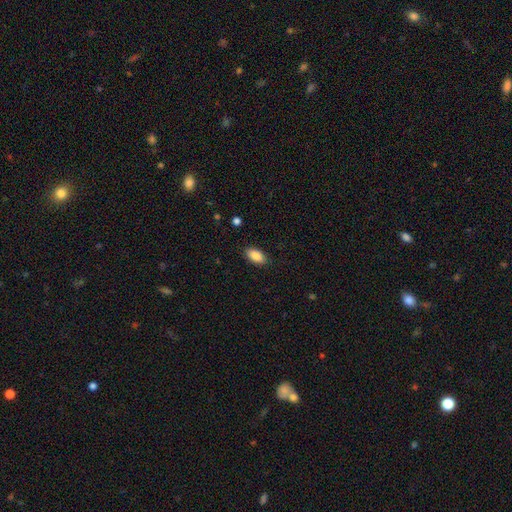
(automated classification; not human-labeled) smooth-or-featured: smooth: 87% | star or artifact: 7% | featured or disk: 5%
  how-rounded: in between: 92% | cigar-shaped: 5% | round: 3%
  merging: none: 88% | minor disturbance: 9% | major disturbance: 2% | merger: 1%